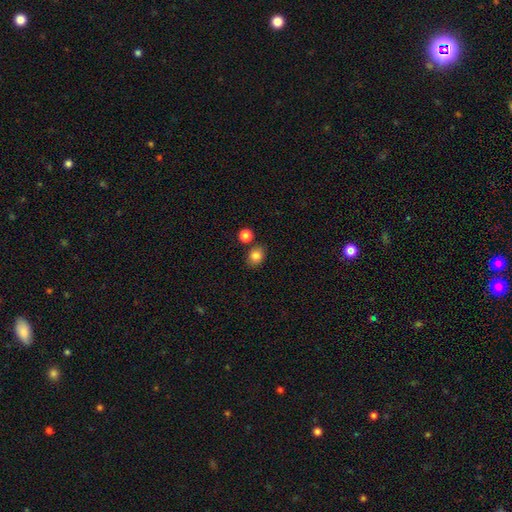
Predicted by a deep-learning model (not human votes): This is clearly a smooth galaxy (84%). How rounded: possibly round (53%). Merging: likely none (75%).